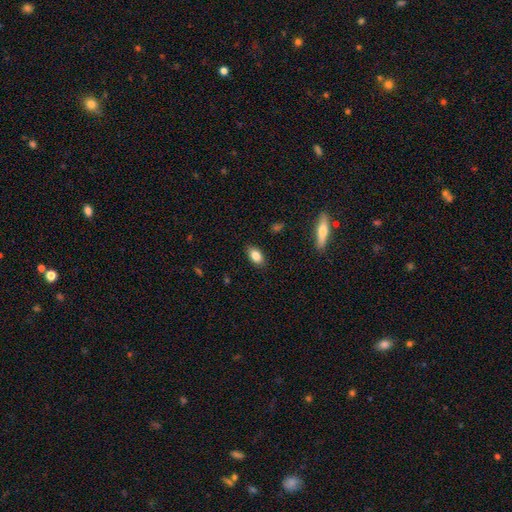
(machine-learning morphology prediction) Smooth or featured? Predicted: smooth (p=0.84). How rounded? Predicted: in between (p=0.88). Merging? Predicted: none (p=0.87).